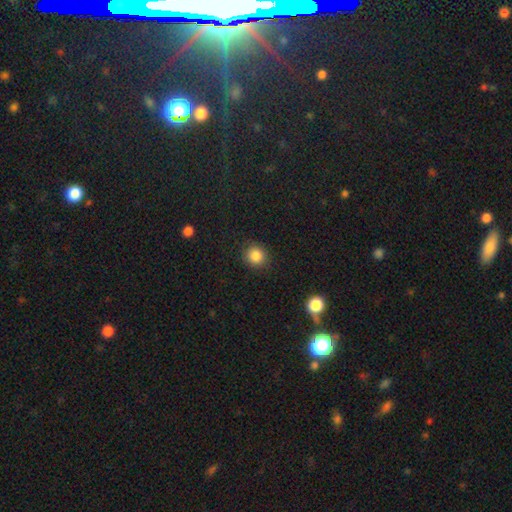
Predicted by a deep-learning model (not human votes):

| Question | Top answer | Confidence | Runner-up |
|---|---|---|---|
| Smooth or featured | smooth | 85% | star or artifact (11%) |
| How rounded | round | 86% | in between (13%) |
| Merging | none | 88% | minor disturbance (8%) |